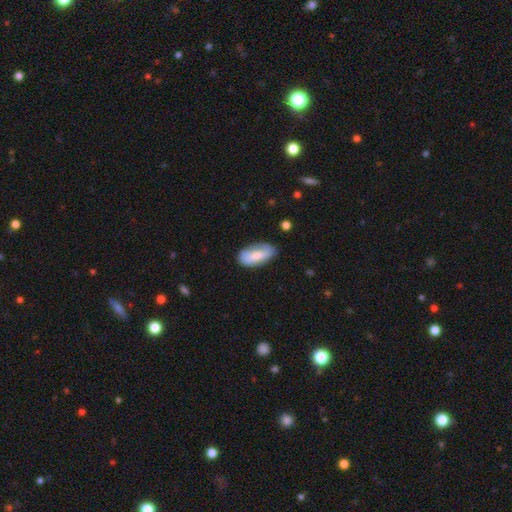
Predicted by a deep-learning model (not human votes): Morphology: type=smooth (67%); roundness=in between (91%); merging=none (68%).